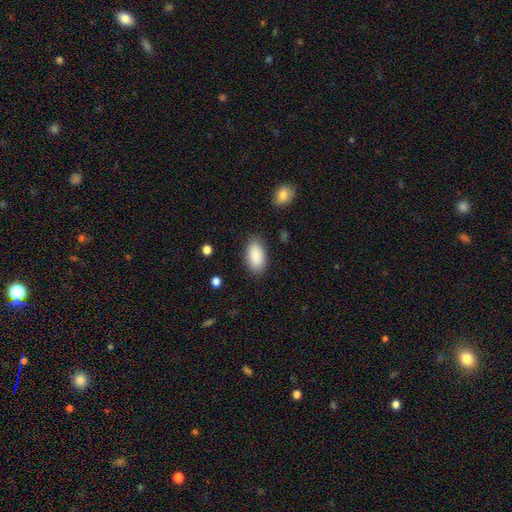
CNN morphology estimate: Overall: smooth (89%). How rounded: in between (94%). Merging: none (86%).